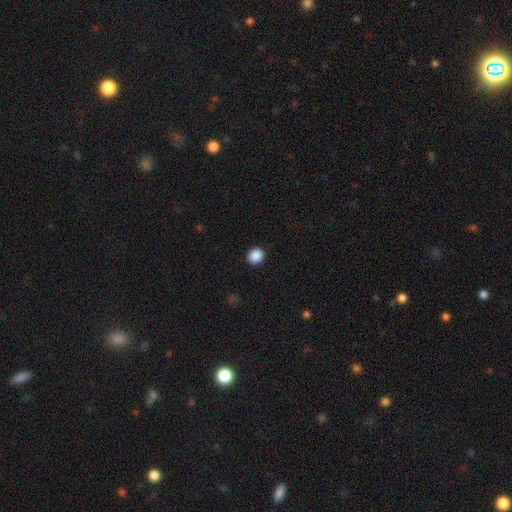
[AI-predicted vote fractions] Morphology: type=smooth (89%); roundness=round (80%); merging=none (92%).